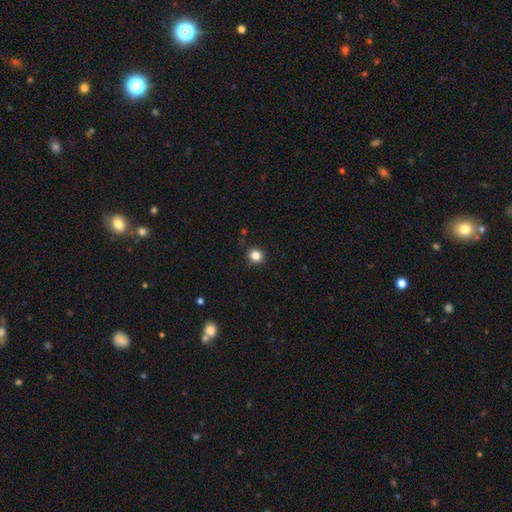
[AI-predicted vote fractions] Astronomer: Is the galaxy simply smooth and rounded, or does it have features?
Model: smooth — 84%.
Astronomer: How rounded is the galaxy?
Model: round — 88%.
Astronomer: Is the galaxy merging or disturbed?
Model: none — 90%.